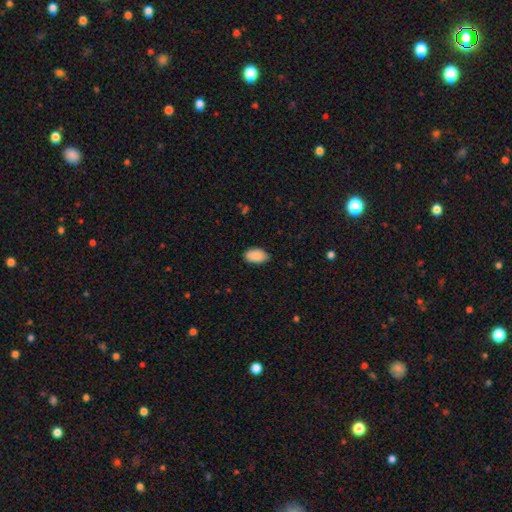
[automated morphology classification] smooth_or_featured: smooth (p=0.89) [alt: star or artifact p=0.07]
how_rounded: in between (p=0.95) [alt: round p=0.04]
merging: none (p=0.85) [alt: minor disturbance p=0.12]